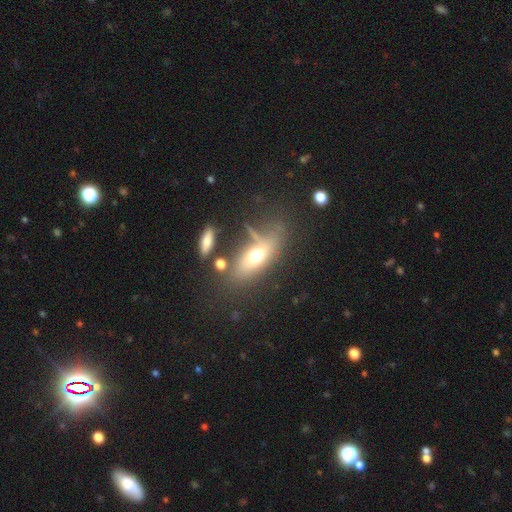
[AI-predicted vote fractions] This appears to be a smooth galaxy with no disk features (59%) that is in between round and cigar-shaped (73%). Merging: none (54%).